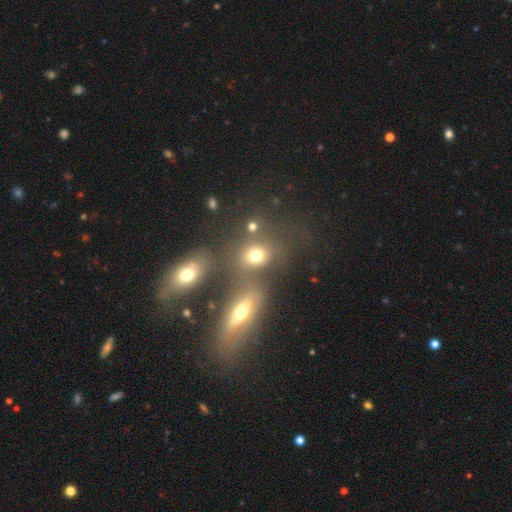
smooth-or-featured: smooth: 82% | featured or disk: 10% | star or artifact: 8%
  how-rounded: round: 79% | in between: 18% | cigar-shaped: 3%
  merging: none: 51% | merger: 32% | major disturbance: 11% | minor disturbance: 5%